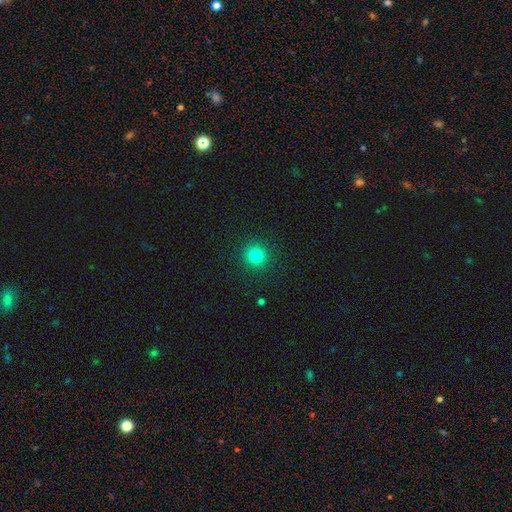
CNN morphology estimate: smooth_or_featured: smooth (p=0.81) [alt: star or artifact p=0.13]
how_rounded: round (p=0.94) [alt: in between p=0.05]
merging: none (p=0.92) [alt: minor disturbance p=0.05]